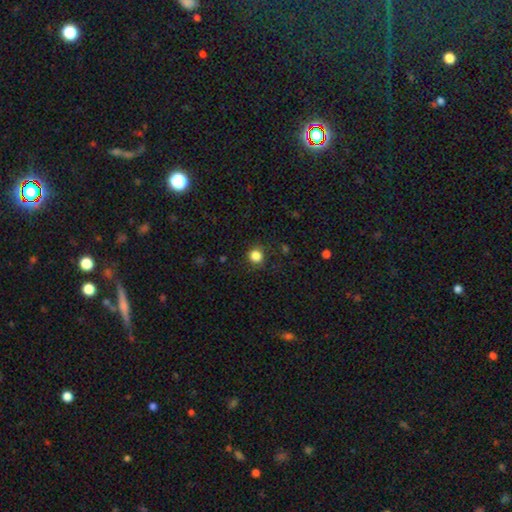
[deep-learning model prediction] smooth-or-featured: smooth: 85% | star or artifact: 12% | featured or disk: 4%
  how-rounded: round: 91% | in between: 8% | cigar-shaped: 1%
  merging: none: 87% | minor disturbance: 9% | major disturbance: 3% | merger: 1%